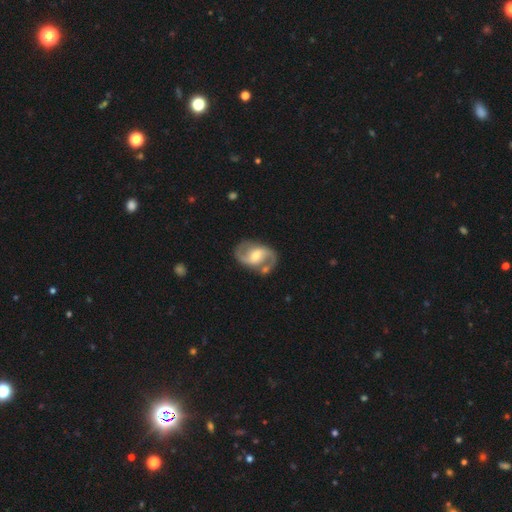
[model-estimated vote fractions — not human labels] Morphology: type=featured or disk (87%); edge-on=no (98%); bar=weak (49%); spiral arms=yes (96%); winding=medium (56%); arm count=2 (93%); bulge=moderate (62%); merging=none (77%).